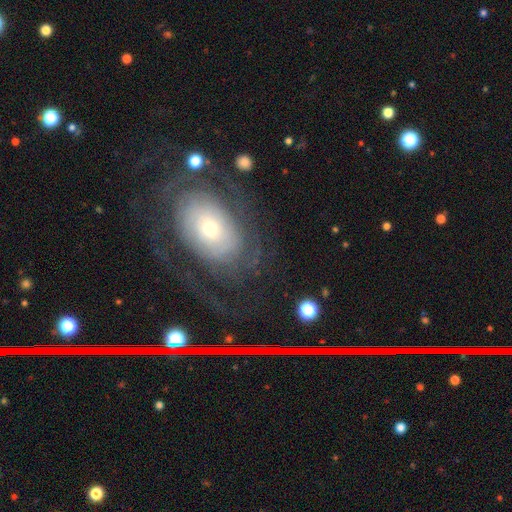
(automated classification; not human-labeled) Morphology: type=featured or disk (42%); merging=none (80%).